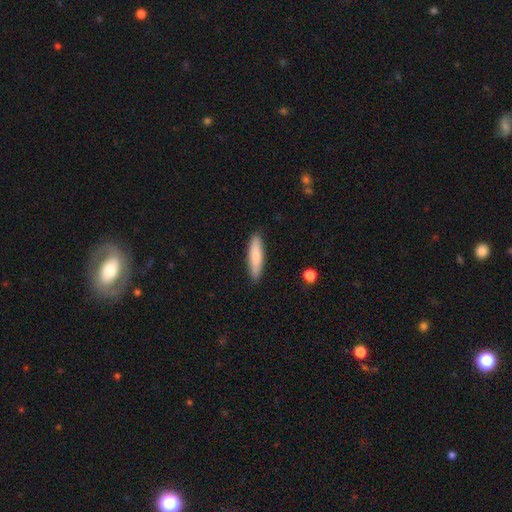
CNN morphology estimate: smooth 80%, featured or disk 15%, star or artifact 6%. Down the decision tree: how rounded — cigar-shaped (81%); merging — none (88%).